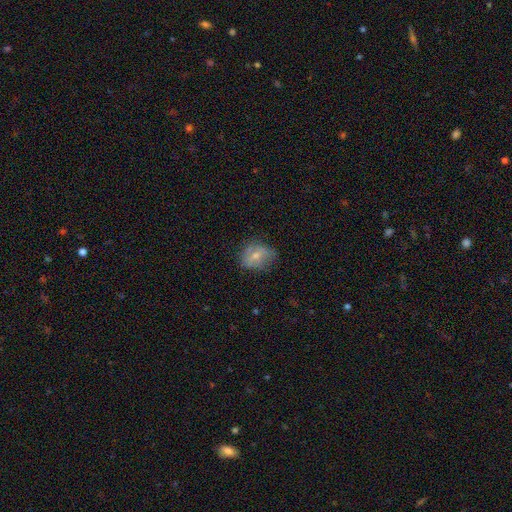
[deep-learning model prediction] Smooth or featured?
  - smooth: 63% *
  - featured or disk: 27%
  - star or artifact: 9%
How rounded?
  - in between: 54% *
  - round: 45%
  - cigar-shaped: 1%
Merging?
  - none: 61% *
  - minor disturbance: 28%
  - major disturbance: 9%
  - merger: 2%